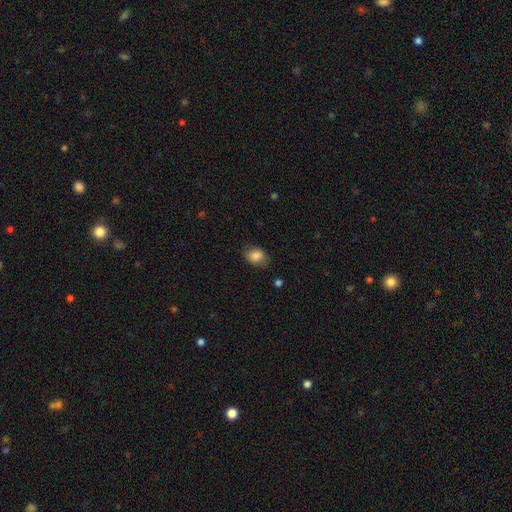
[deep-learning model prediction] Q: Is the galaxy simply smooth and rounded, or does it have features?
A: smooth — 85%.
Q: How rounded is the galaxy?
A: in between — 70%.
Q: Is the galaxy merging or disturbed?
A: none — 77%.